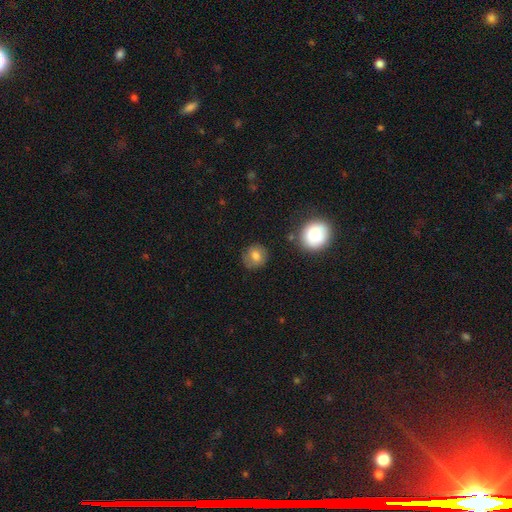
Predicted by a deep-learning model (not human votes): A smooth galaxy with no disk features (77%) that is round (86%).

Vote fractions:
- Smooth or featured? smooth: 77% / featured or disk: 13% / star or artifact: 10%
- How rounded? round: 86% / in between: 13% / cigar-shaped: 1%
- Merging? none: 80% / minor disturbance: 13% / major disturbance: 4% / merger: 3%